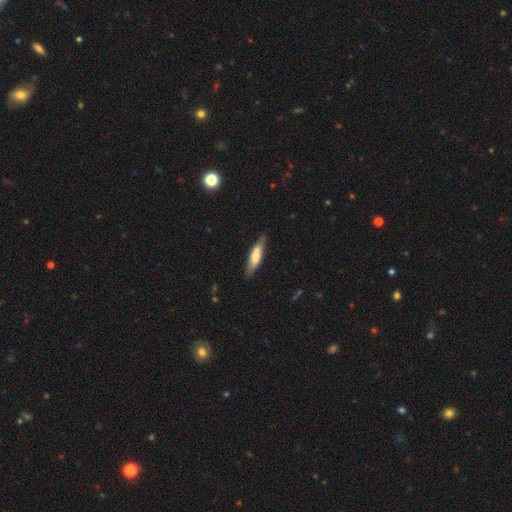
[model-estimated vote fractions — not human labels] Smooth or featured: smooth — 60% (featured or disk — 34%)
How rounded: cigar-shaped — 70% (in between — 28%)
Merging: none — 78% (minor disturbance — 17%)